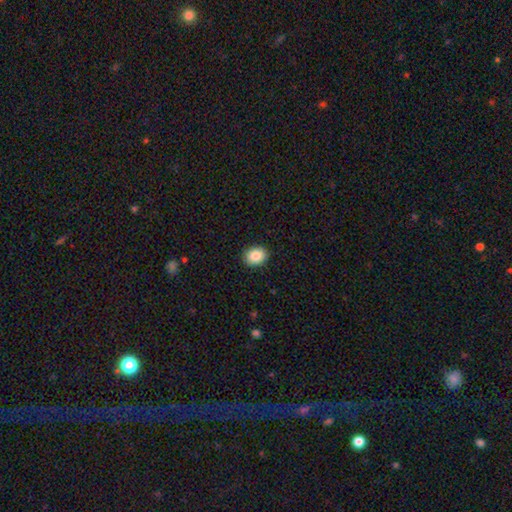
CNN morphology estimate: Q: Smooth or featured?
A: smooth (87%); runner-up: star or artifact (8%)
Q: How rounded?
A: in between (50%); runner-up: round (49%)
Q: Merging?
A: none (91%); runner-up: minor disturbance (7%)